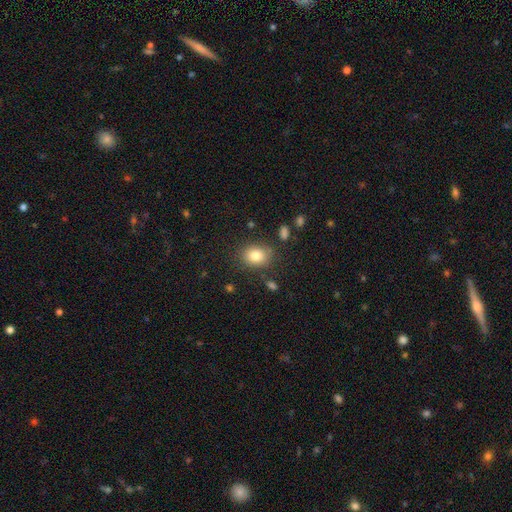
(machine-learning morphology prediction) Smooth or featured? Predicted: smooth (p=0.82). How rounded? Predicted: in between (p=0.51). Merging? Predicted: none (p=0.81).